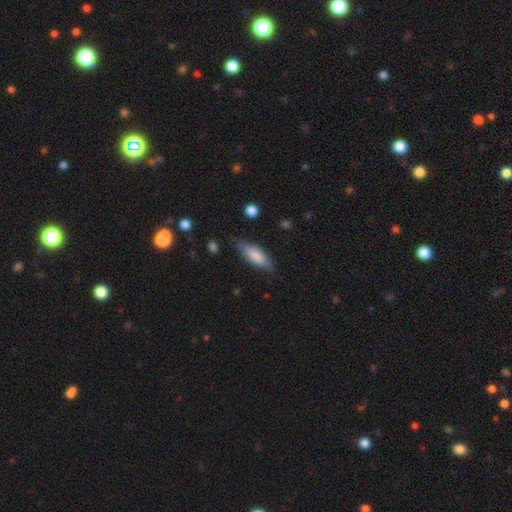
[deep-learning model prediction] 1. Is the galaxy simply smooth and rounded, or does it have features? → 78% smooth, 16% featured or disk, 6% star or artifact.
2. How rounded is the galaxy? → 56% in between, 42% cigar-shaped, 2% round.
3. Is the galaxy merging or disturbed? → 76% none, 19% minor disturbance, 4% major disturbance, 2% merger.